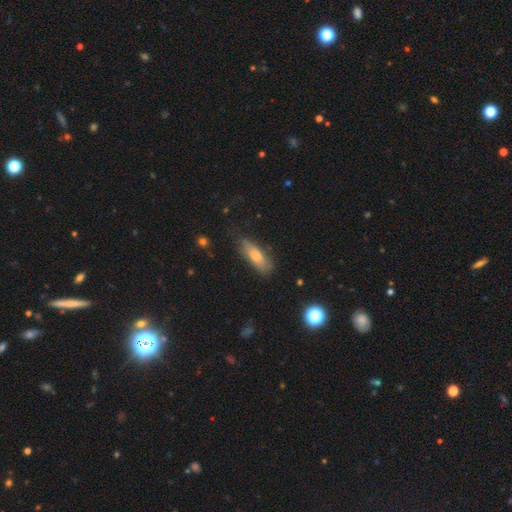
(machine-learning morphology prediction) The model was most divided on "how rounded": in between: 51%, cigar-shaped: 46%, round: 3%. More confident: merging — none (76%); smooth or featured — smooth (66%).